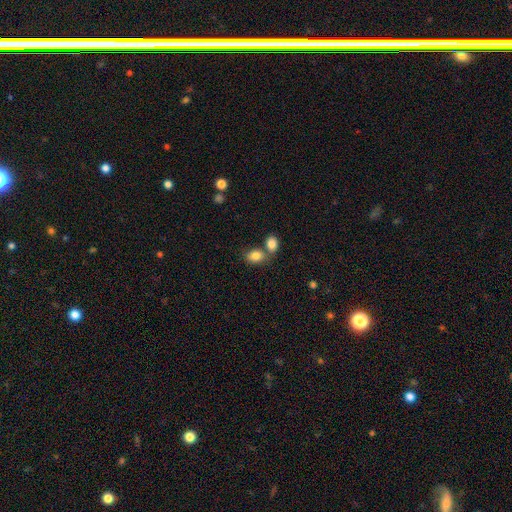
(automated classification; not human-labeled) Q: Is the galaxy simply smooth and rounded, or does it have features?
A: smooth — 83%.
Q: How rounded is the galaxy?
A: in between — 68%.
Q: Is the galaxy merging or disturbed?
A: none — 47%.